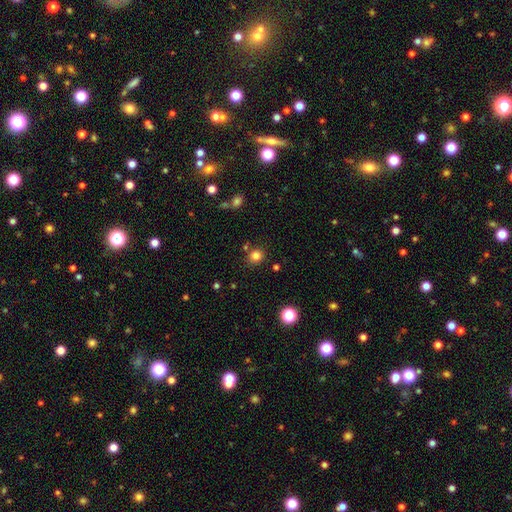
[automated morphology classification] A smooth galaxy with no disk features (81%) that is round (82%).

Vote fractions:
- Smooth or featured? smooth: 81% / star or artifact: 14% / featured or disk: 5%
- How rounded? round: 82% / in between: 18% / cigar-shaped: 1%
- Merging? none: 80% / minor disturbance: 10% / merger: 6% / major disturbance: 3%